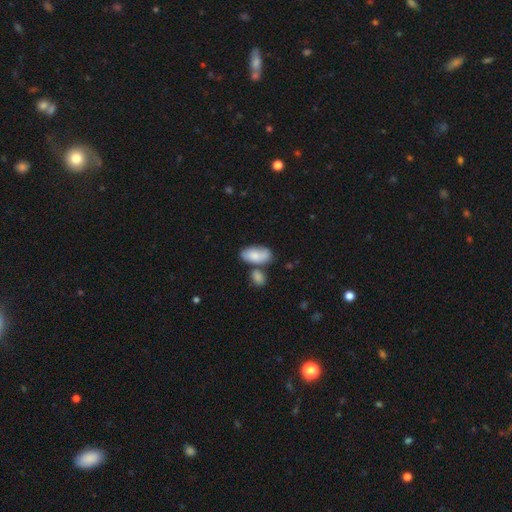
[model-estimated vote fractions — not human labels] The model was most divided on "merging": none: 47%, merger: 27%, minor disturbance: 19%, major disturbance: 6%. More confident: how rounded — in between (92%); smooth or featured — smooth (76%).